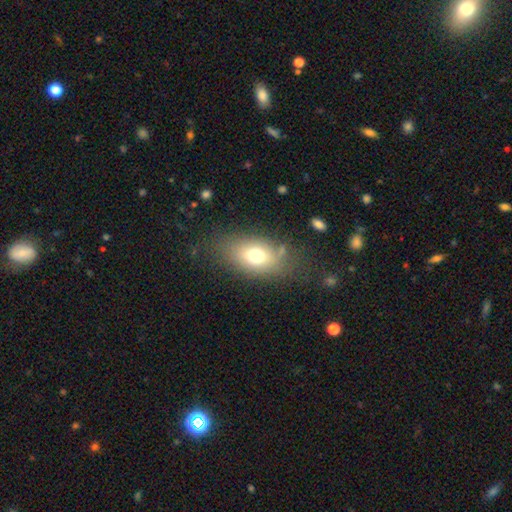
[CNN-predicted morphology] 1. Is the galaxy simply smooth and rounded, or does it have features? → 70% smooth, 18% featured or disk, 12% star or artifact.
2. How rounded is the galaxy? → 80% in between, 18% round, 3% cigar-shaped.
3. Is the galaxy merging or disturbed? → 72% none, 16% minor disturbance, 9% major disturbance, 3% merger.